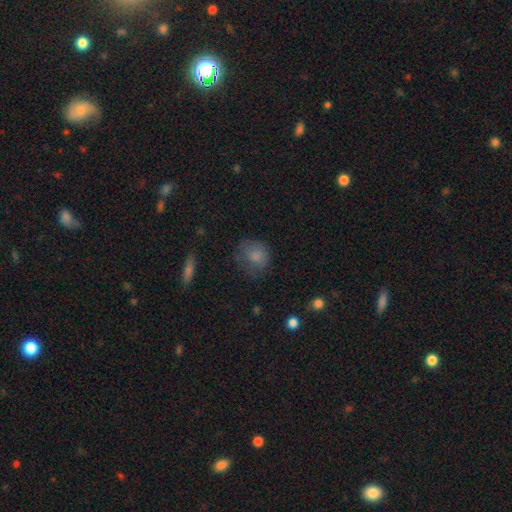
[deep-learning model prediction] This appears to be a smooth galaxy with no disk features (78%) that is round (71%). Merging: none (57%).